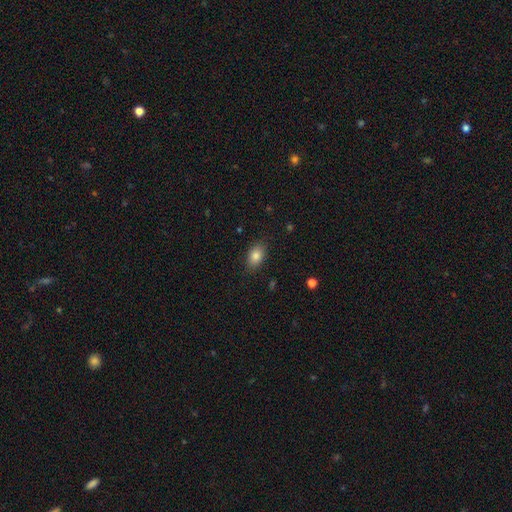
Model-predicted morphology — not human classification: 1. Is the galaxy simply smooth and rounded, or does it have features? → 84% smooth, 9% star or artifact, 7% featured or disk.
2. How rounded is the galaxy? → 86% in between, 12% round, 2% cigar-shaped.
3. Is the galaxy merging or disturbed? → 86% none, 11% minor disturbance, 3% major disturbance, 1% merger.